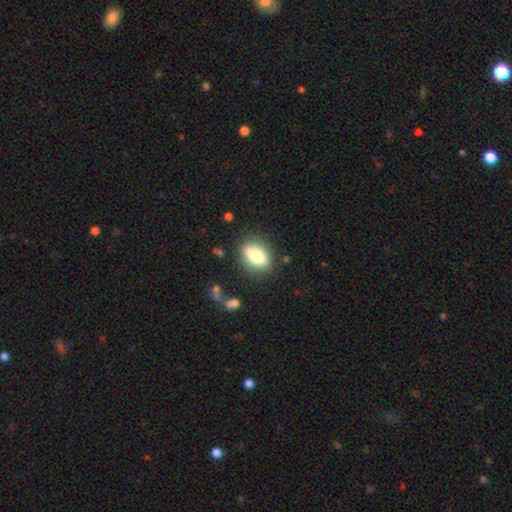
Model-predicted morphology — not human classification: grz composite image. It shows a smooth galaxy with no disk features (74%) that is in between round and cigar-shaped (70%). Merging: none (83%).